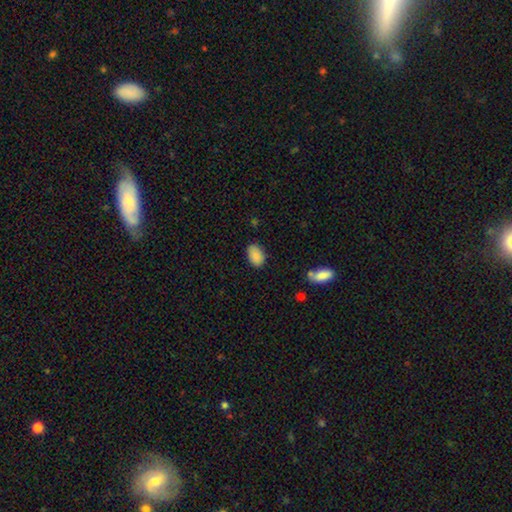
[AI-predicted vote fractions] This appears to be a smooth galaxy with no disk features (88%) that is in between round and cigar-shaped (89%). Merging: none (81%).